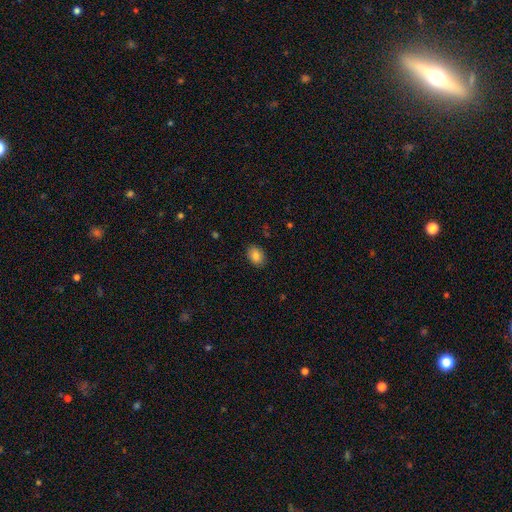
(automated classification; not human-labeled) This appears to be a smooth galaxy with no disk features (85%) that is in between round and cigar-shaped (79%). Merging: none (87%).